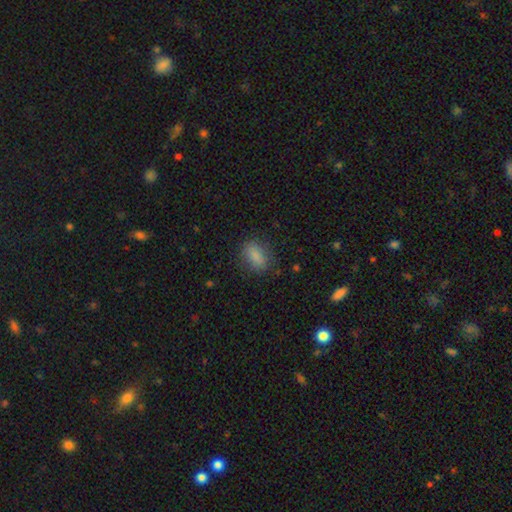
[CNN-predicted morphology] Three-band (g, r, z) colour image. It shows a smooth galaxy with no disk features (86%) that is in between round and cigar-shaped (84%). Merging: none (80%).